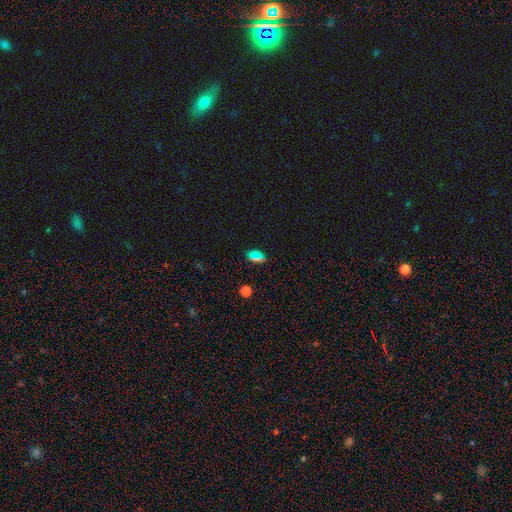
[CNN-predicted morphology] smooth-or-featured: smooth: 61% | star or artifact: 31% | featured or disk: 8%
  how-rounded: in between: 77% | round: 16% | cigar-shaped: 6%
  merging: none: 84% | minor disturbance: 10% | major disturbance: 3% | merger: 2%